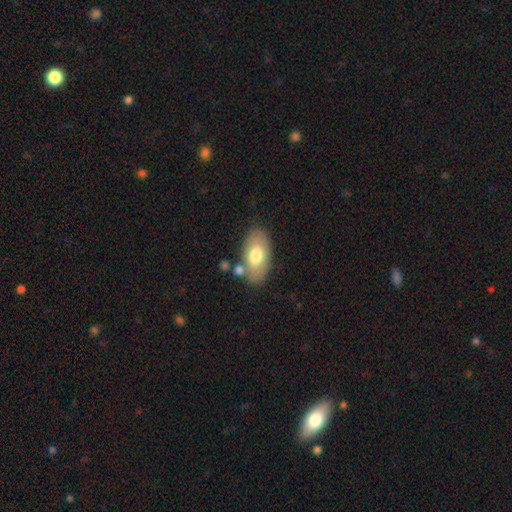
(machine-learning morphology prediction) Q: Smooth or featured?
A: smooth (71%); runner-up: featured or disk (23%)
Q: How rounded?
A: in between (93%); runner-up: round (4%)
Q: Merging?
A: none (73%); runner-up: minor disturbance (14%)